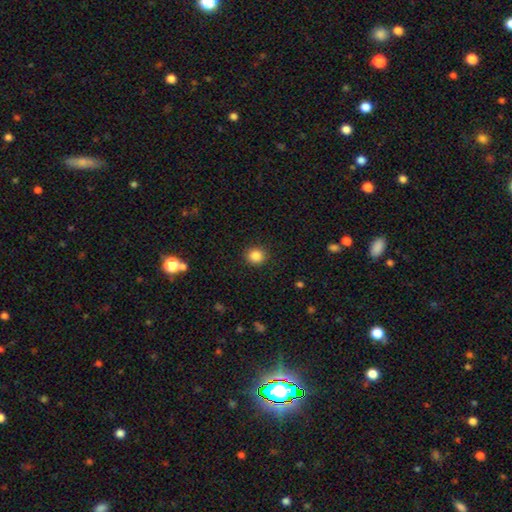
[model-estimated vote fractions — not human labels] This appears to be a smooth galaxy with no disk features (85%) that is round (87%). Merging: none (91%).